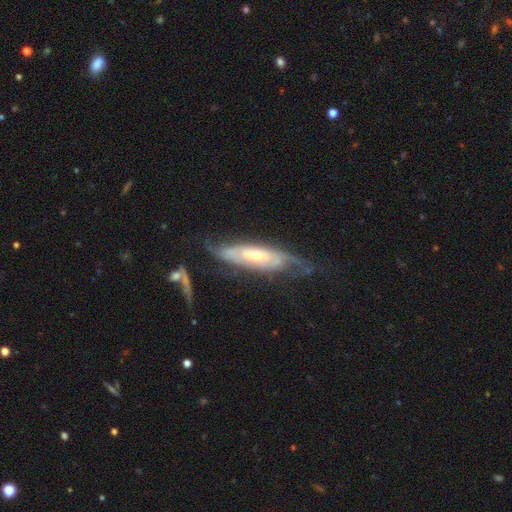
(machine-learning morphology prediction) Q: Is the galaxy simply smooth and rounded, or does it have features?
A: featured or disk — 79%.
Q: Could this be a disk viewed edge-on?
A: no — 74%.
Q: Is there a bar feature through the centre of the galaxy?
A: no — 56%.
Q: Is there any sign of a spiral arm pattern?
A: yes — 88%.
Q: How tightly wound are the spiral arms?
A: tight — 54%.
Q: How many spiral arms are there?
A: can't tell — 48%.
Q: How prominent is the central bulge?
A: moderate — 52%.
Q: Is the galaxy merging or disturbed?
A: none — 58%.